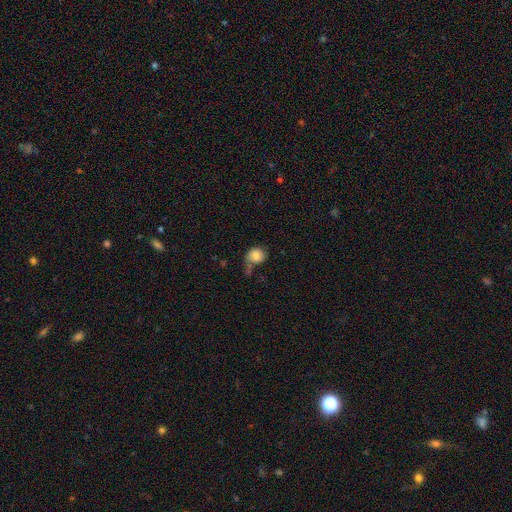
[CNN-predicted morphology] The model was most divided on "merging": none: 48%, minor disturbance: 24%, merger: 16%, major disturbance: 12%. More confident: smooth or featured — smooth (81%); how rounded — round (75%).